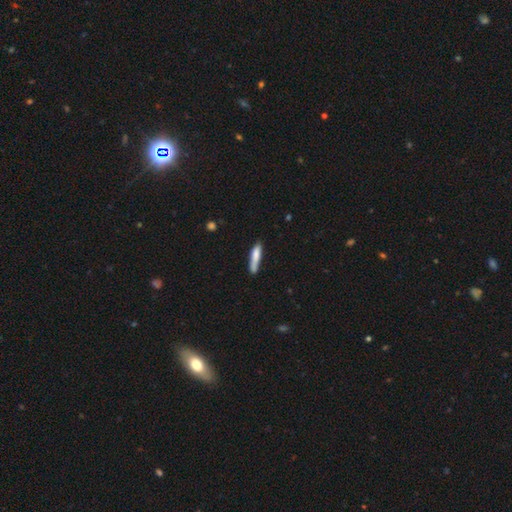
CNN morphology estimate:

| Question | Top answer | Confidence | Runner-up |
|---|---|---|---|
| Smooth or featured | smooth | 76% | featured or disk (18%) |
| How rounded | cigar-shaped | 84% | in between (14%) |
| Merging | none | 60% | minor disturbance (26%) |